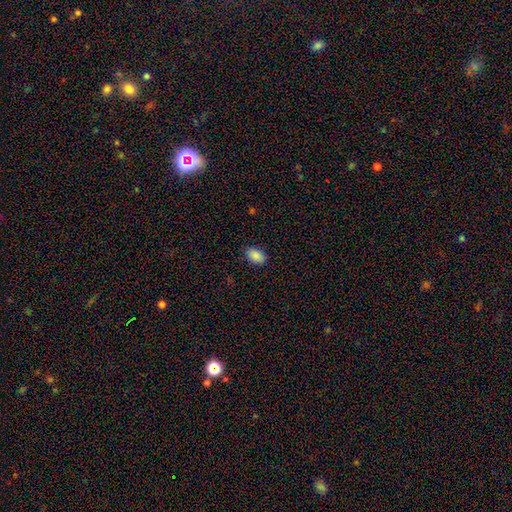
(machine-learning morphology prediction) The model was most divided on "merging": none: 87%, minor disturbance: 10%, major disturbance: 2%, merger: 1%. More confident: how rounded — in between (90%); smooth or featured — smooth (88%).